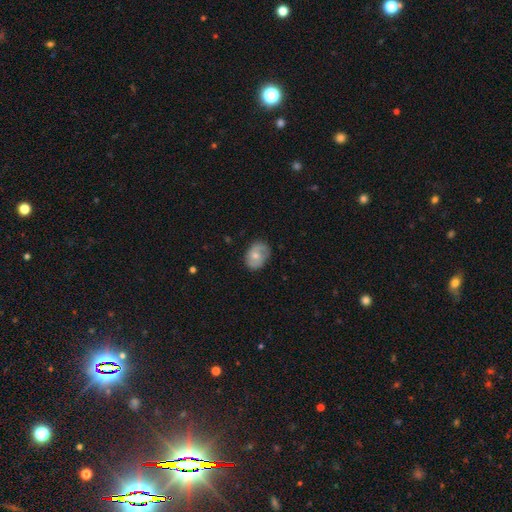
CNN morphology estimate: Smooth or featured? smooth (48%)
Merging? none (70%)